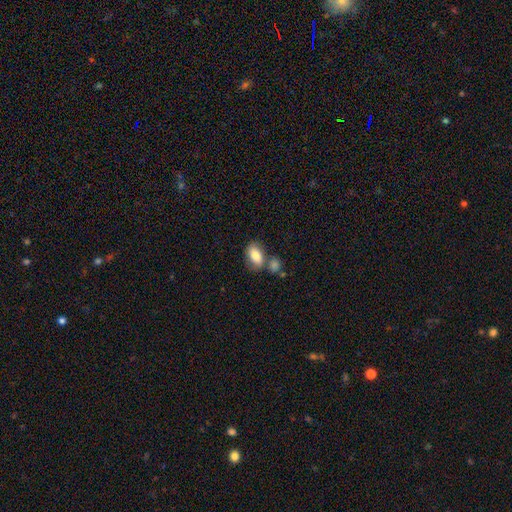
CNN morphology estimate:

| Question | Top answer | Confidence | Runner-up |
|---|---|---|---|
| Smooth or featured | smooth | 79% | featured or disk (14%) |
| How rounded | in between | 90% | round (8%) |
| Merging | none | 52% | merger (27%) |